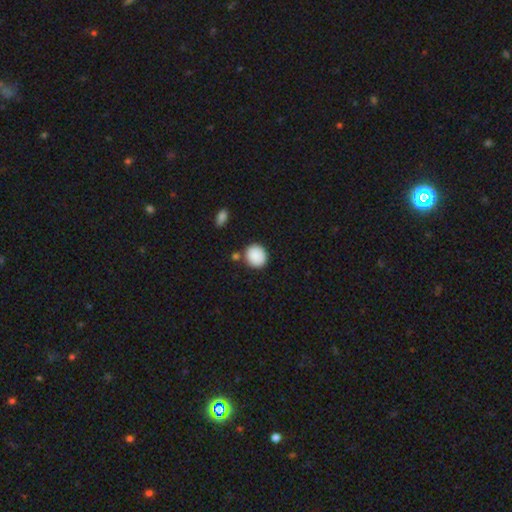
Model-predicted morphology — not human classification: This appears to be a smooth galaxy with no disk features (89%) that is round (77%). Merging: none (81%).